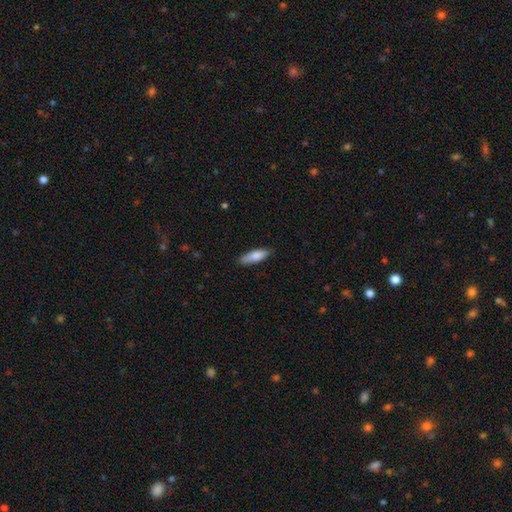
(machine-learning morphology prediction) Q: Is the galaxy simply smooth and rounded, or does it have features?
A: smooth — 82%.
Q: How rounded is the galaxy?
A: cigar-shaped — 50%.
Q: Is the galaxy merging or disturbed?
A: none — 85%.